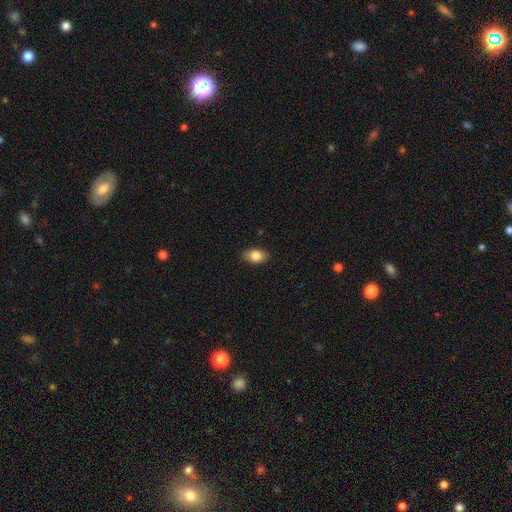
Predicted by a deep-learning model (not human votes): A smooth galaxy with no disk features (84%) that is in between round and cigar-shaped (89%). Merging: none (86%).